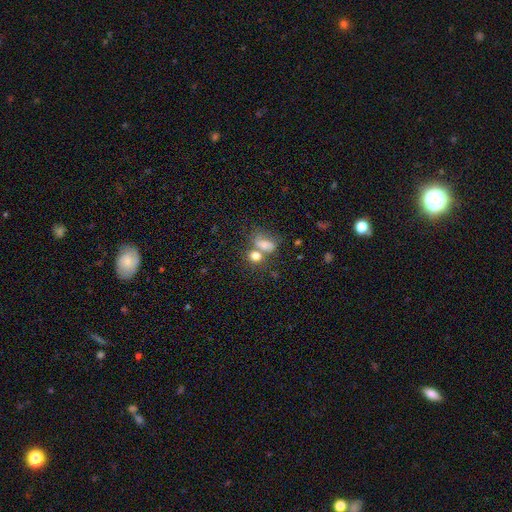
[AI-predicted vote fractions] This is likely a smooth galaxy (73%). How rounded: possibly round (49%). Merging: possibly merger (47%).